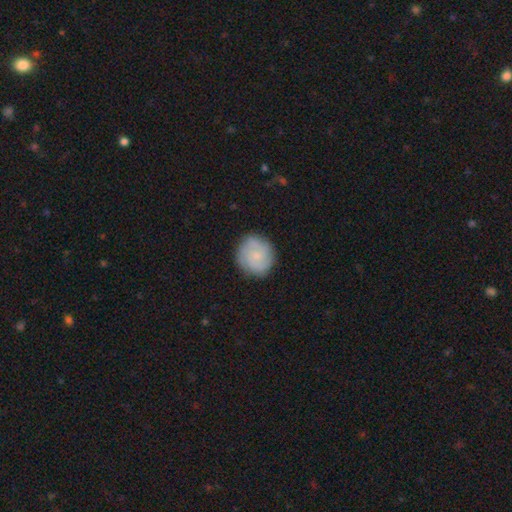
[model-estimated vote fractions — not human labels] Q: Smooth or featured?
A: featured or disk (56%); runner-up: smooth (37%)
Q: Edge-on disk?
A: no (98%); runner-up: yes (2%)
Q: Bar?
A: no (68%); runner-up: weak (29%)
Q: Spiral arms?
A: yes (93%); runner-up: no (7%)
Q: Spiral winding?
A: tight (55%); runner-up: medium (35%)
Q: Spiral arm count?
A: 2 (33%); runner-up: 3 (32%)
Q: Bulge size?
A: small (57%); runner-up: none (21%)
Q: Merging?
A: none (84%); runner-up: minor disturbance (12%)